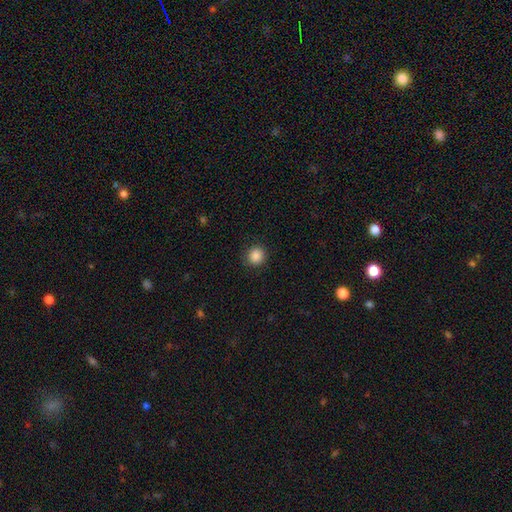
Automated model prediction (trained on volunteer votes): Smooth or featured? Predicted: smooth (p=0.87). How rounded? Predicted: round (p=0.91). Merging? Predicted: none (p=0.90).